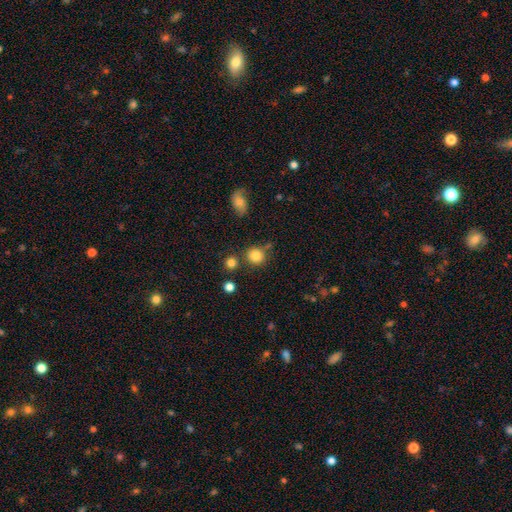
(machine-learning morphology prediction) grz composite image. It shows a smooth galaxy with no disk features (83%) that is round (88%). Merging: none (76%).